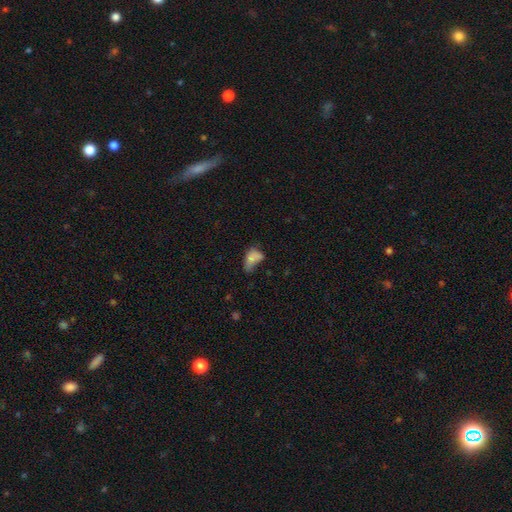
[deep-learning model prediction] This appears to be a smooth galaxy with no disk features (71%) that is in between round and cigar-shaped (86%). Merging: major disturbance (31%).